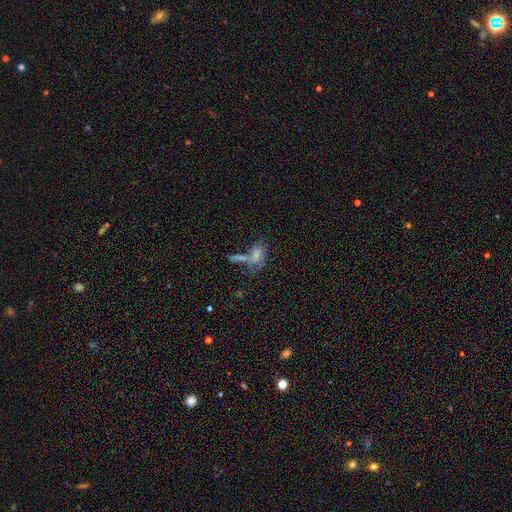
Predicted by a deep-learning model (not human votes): Q: Smooth or featured?
A: smooth (51%); runner-up: featured or disk (35%)
Q: How rounded?
A: in between (80%); runner-up: cigar-shaped (11%)
Q: Merging?
A: merger (44%); runner-up: none (26%)